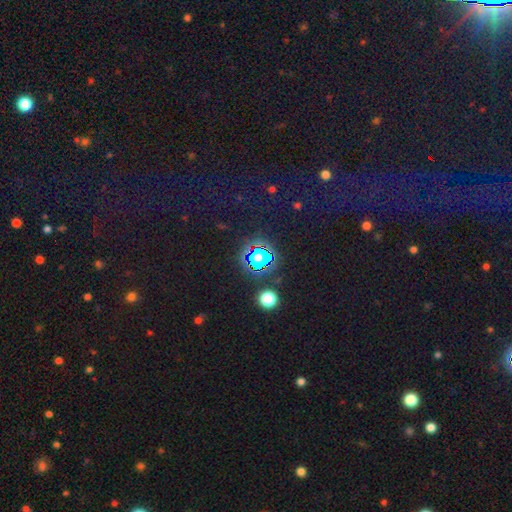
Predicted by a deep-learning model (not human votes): A star or artifact, not a galaxy (76%).

Vote fractions:
- Smooth or featured? star or artifact: 76% / smooth: 16% / featured or disk: 8%